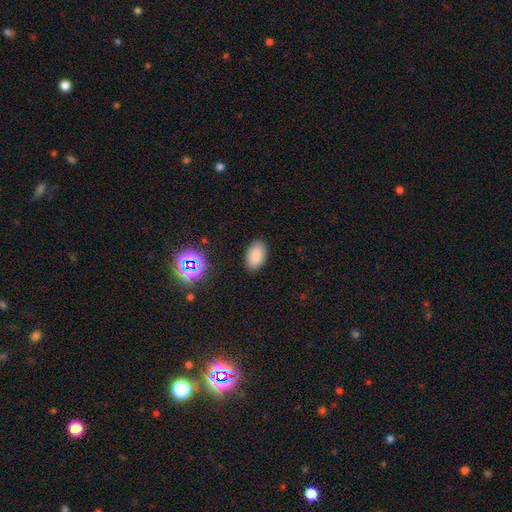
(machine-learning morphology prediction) smooth_or_featured: smooth (p=0.83) [alt: star or artifact p=0.11]
how_rounded: in between (p=0.93) [alt: round p=0.06]
merging: none (p=0.87) [alt: minor disturbance p=0.09]